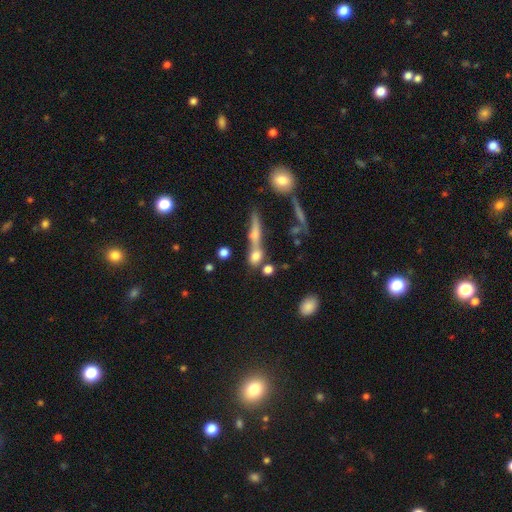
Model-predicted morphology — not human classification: A smooth galaxy with no disk features (68%) that is round (43%). Merging: none (43%).